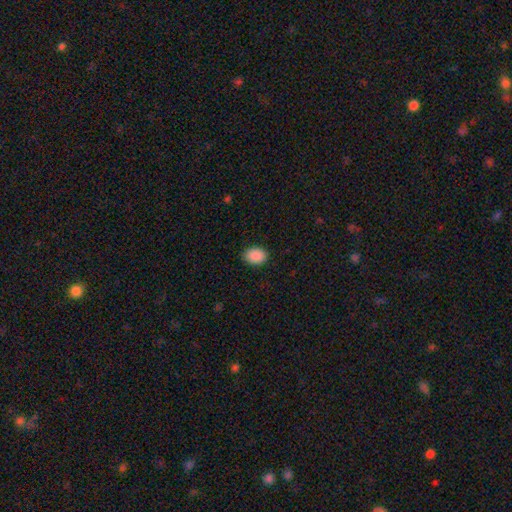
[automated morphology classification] Smooth or featured: smooth — 90% (star or artifact — 7%)
How rounded: in between — 71% (round — 28%)
Merging: none — 88% (minor disturbance — 9%)